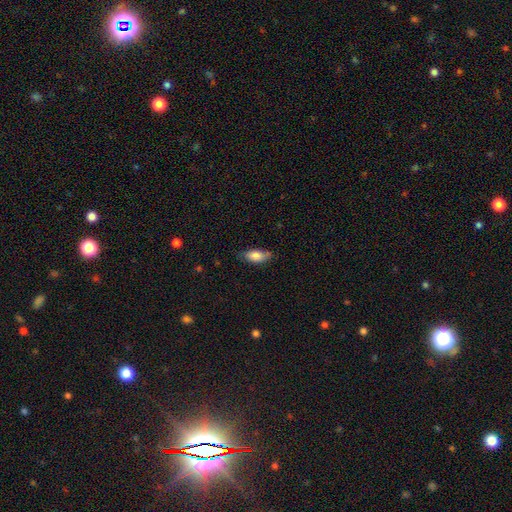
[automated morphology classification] Overall: smooth (80%). How rounded: in between (86%). Merging: none (68%).